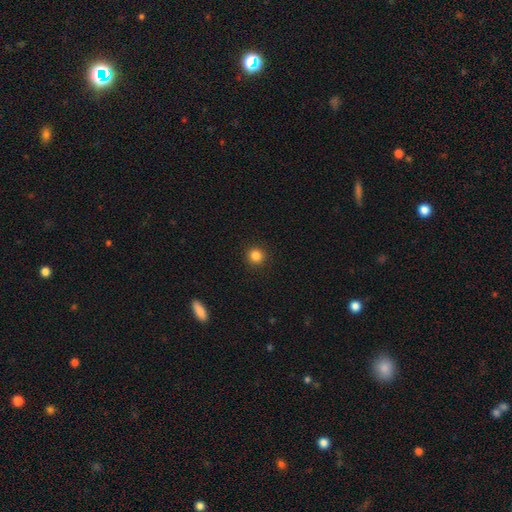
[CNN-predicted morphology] Q: Smooth or featured?
A: smooth (85%); runner-up: star or artifact (11%)
Q: How rounded?
A: round (94%); runner-up: in between (5%)
Q: Merging?
A: none (93%); runner-up: minor disturbance (5%)